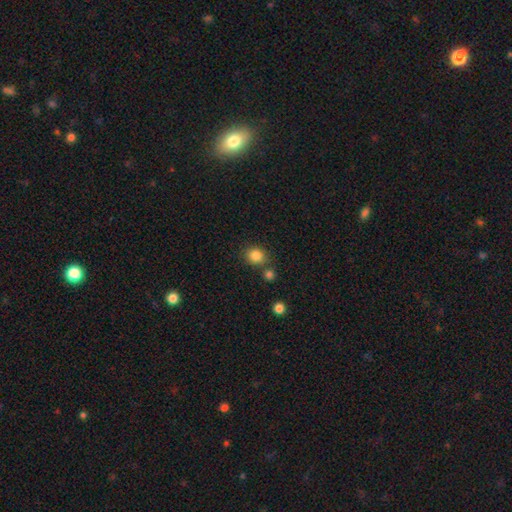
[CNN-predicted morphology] Smooth or featured? Predicted: smooth (p=0.85). How rounded? Predicted: round (p=0.76). Merging? Predicted: none (p=0.71).